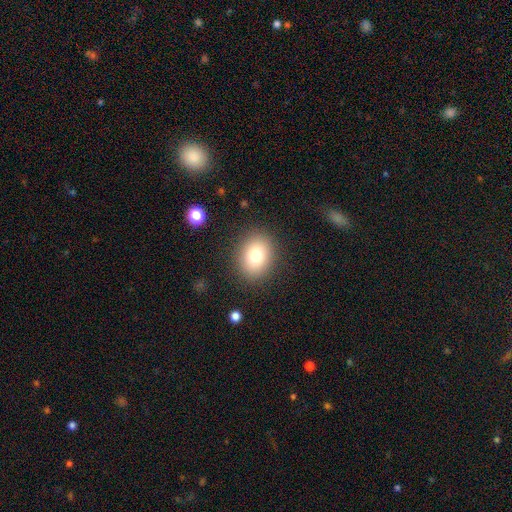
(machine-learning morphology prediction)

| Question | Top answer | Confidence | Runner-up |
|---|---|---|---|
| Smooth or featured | smooth | 77% | featured or disk (11%) |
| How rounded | round | 55% | in between (44%) |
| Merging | none | 87% | minor disturbance (8%) |